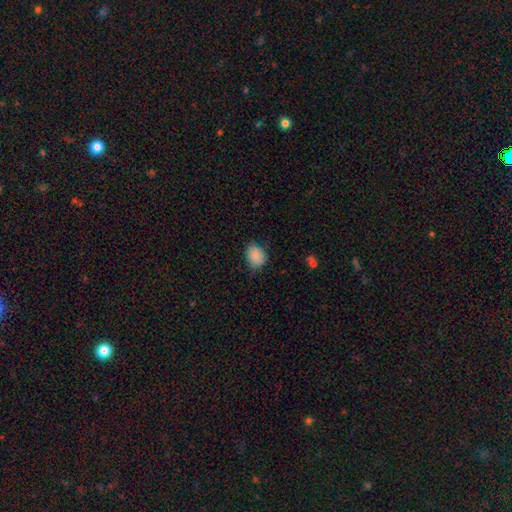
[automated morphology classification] type=smooth (86%); roundness=in between (57%); merging=none (68%).